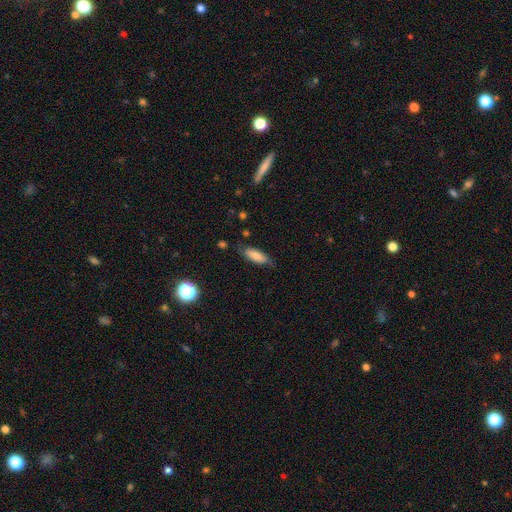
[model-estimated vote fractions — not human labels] Smooth or featured? smooth (77%)
How rounded? in between (66%)
Merging? none (72%)